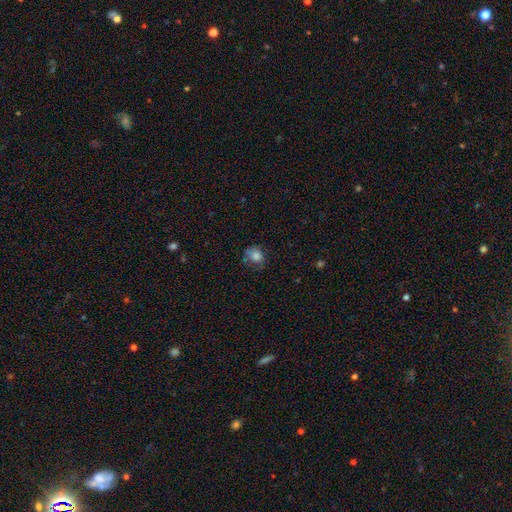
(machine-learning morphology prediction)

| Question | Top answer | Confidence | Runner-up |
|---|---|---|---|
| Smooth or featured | smooth | 80% | featured or disk (10%) |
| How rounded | round | 50% | in between (49%) |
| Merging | none | 57% | minor disturbance (29%) |